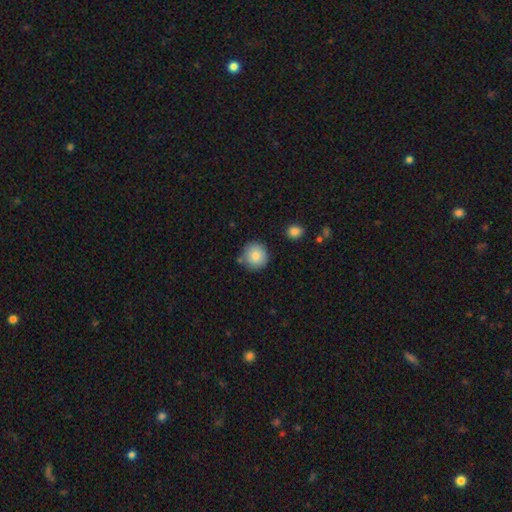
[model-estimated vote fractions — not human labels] Smooth or featured? smooth (84%)
How rounded? round (93%)
Merging? none (82%)